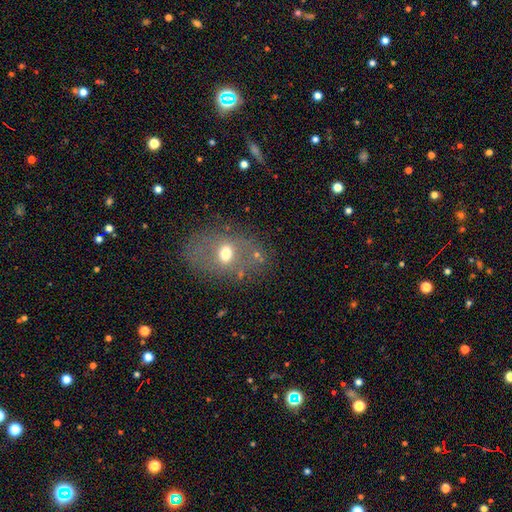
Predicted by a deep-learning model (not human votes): A smooth galaxy with no disk features (47%).

Vote fractions:
- Smooth or featured? smooth: 47% / featured or disk: 34% / star or artifact: 18%
- Merging? none: 71% / minor disturbance: 16% / major disturbance: 8% / merger: 6%